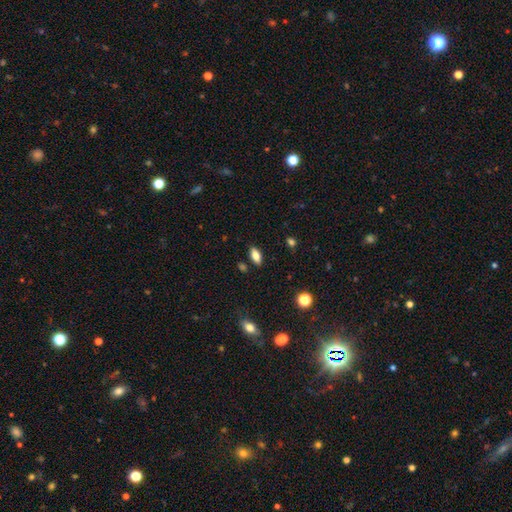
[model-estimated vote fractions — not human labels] smooth-or-featured: smooth: 76% | featured or disk: 15% | star or artifact: 9%
  how-rounded: in between: 85% | cigar-shaped: 12% | round: 4%
  merging: none: 86% | minor disturbance: 10% | major disturbance: 2% | merger: 2%